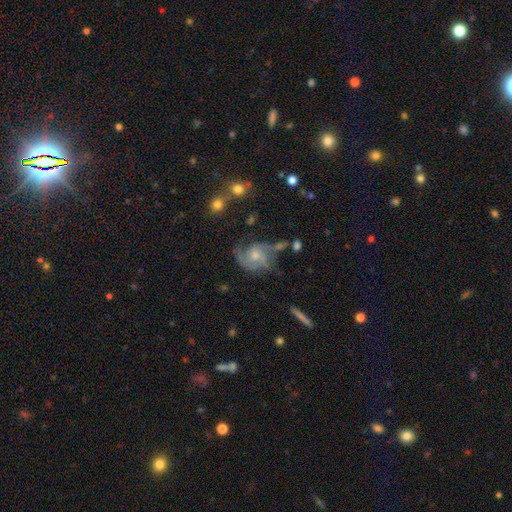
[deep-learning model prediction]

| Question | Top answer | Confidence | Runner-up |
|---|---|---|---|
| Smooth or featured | featured or disk | 81% | smooth (13%) |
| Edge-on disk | no | 98% | yes (2%) |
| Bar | no | 69% | weak (27%) |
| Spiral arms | yes | 93% | no (7%) |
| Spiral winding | medium | 50% | tight (28%) |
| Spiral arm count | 2 | 46% | 3 (25%) |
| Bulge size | moderate | 50% | small (40%) |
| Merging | none | 49% | minor disturbance (25%) |